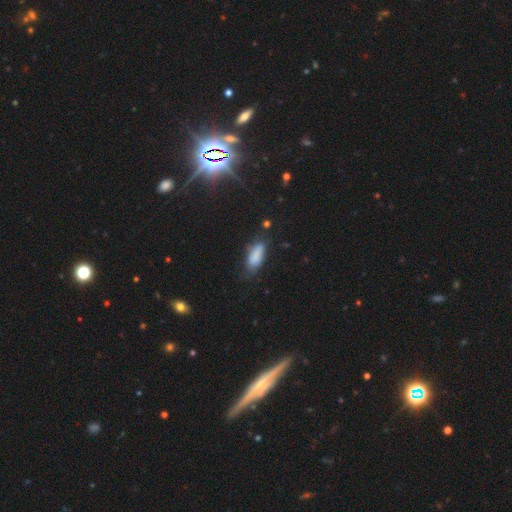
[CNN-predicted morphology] type=smooth (83%); roundness=in between (78%); merging=none (61%).